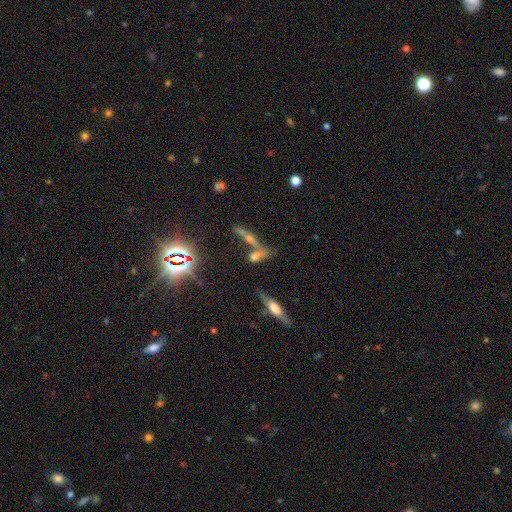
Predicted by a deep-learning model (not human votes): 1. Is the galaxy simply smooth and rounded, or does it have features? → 39% smooth, 37% featured or disk, 24% star or artifact.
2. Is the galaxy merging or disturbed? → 45% merger, 38% none, 11% minor disturbance, 7% major disturbance.